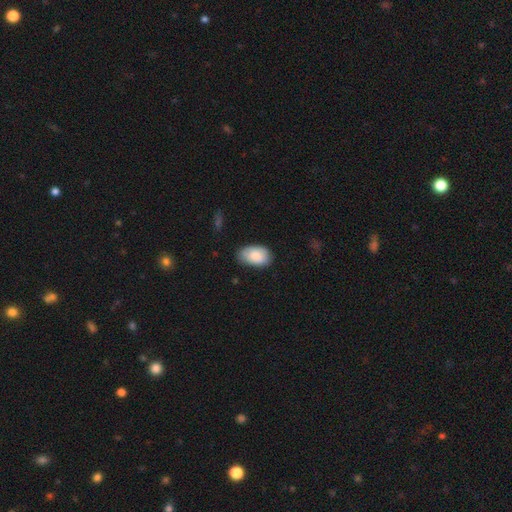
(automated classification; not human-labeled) A smooth galaxy with no disk features (85%) that is in between round and cigar-shaped (92%). Merging: none (71%).